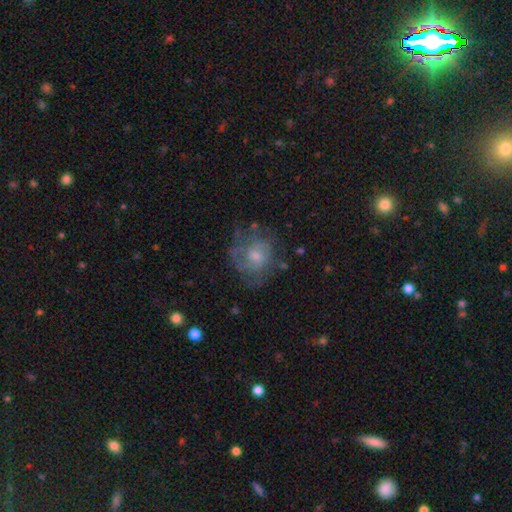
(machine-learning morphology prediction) Overall: featured or disk (56%; smooth 33%). Edge-on disk: no (97%). Bar: no (69%). Spiral arms: yes (59%; no 41%). Bulge size: moderate (49%; small 36%). Merging: none (59%; minor disturbance 22%).